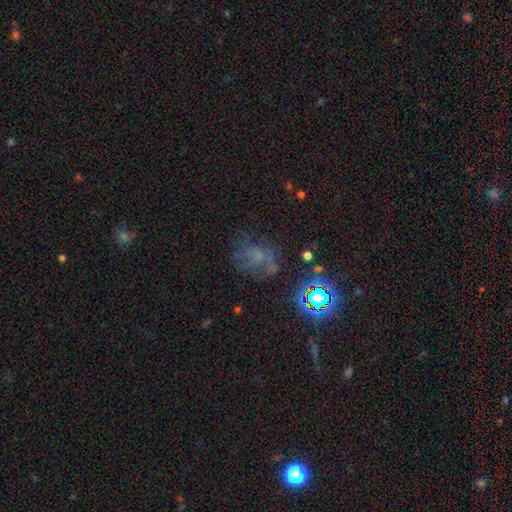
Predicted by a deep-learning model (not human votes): Smooth or featured? star or artifact (36%)